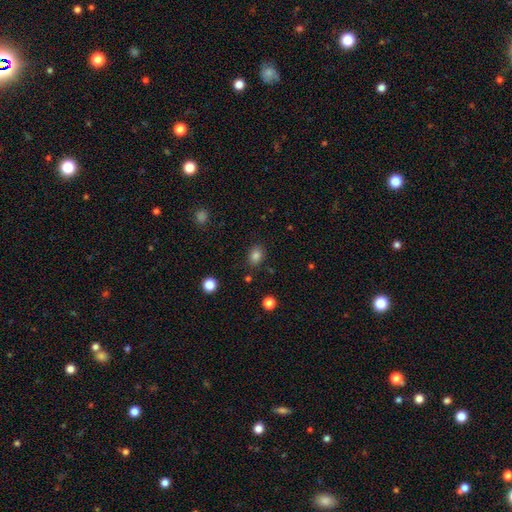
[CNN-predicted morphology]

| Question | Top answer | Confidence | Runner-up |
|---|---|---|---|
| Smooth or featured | smooth | 83% | star or artifact (12%) |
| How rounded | in between | 59% | round (40%) |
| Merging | none | 84% | minor disturbance (10%) |